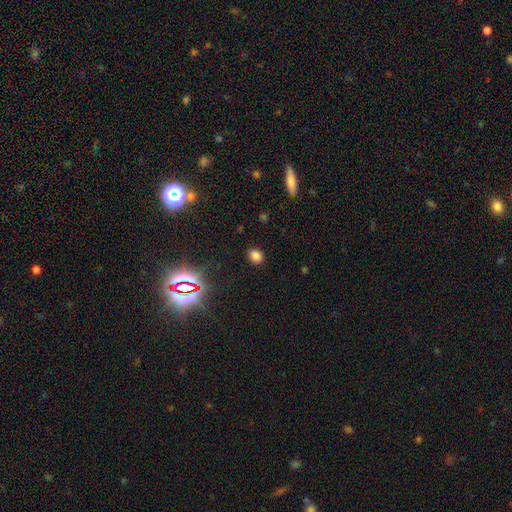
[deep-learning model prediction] This appears to be a smooth galaxy with no disk features (76%) that is in between round and cigar-shaped (49%, tied with round). Merging: none (88%).